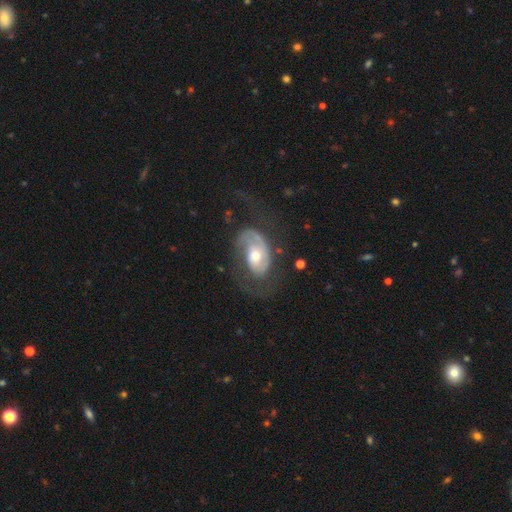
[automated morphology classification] type=featured or disk (80%); edge-on=no (96%); bar=no (64%); spiral arms=yes (91%); winding=tight (41%); arm count=2 (49%); bulge=moderate (65%); merging=none (53%).